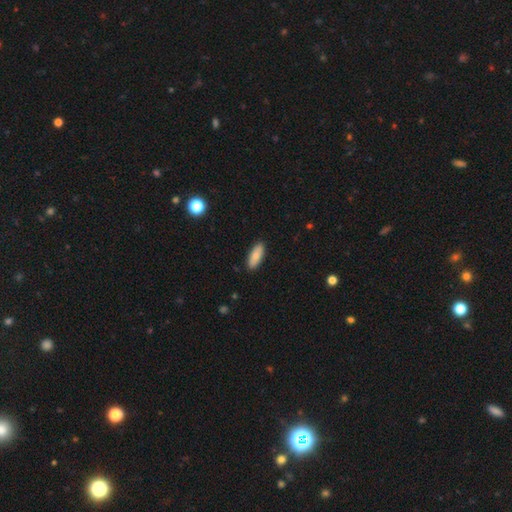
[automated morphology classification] smooth_or_featured: smooth (p=0.81) [alt: featured or disk p=0.13]
how_rounded: in between (p=0.78) [alt: cigar-shaped p=0.20]
merging: none (p=0.88) [alt: minor disturbance p=0.09]